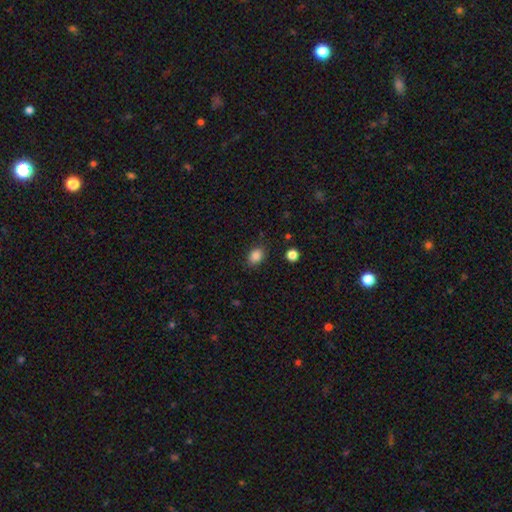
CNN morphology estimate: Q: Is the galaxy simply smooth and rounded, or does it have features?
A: smooth — 86%.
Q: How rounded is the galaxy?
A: in between — 62%.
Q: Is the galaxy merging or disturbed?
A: none — 84%.